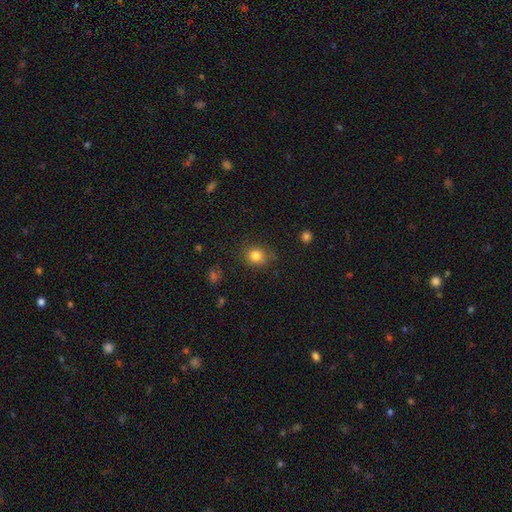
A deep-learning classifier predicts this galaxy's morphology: Smooth or featured? Predicted: smooth (p=0.82). How rounded? Predicted: round (p=0.76). Merging? Predicted: none (p=0.78).